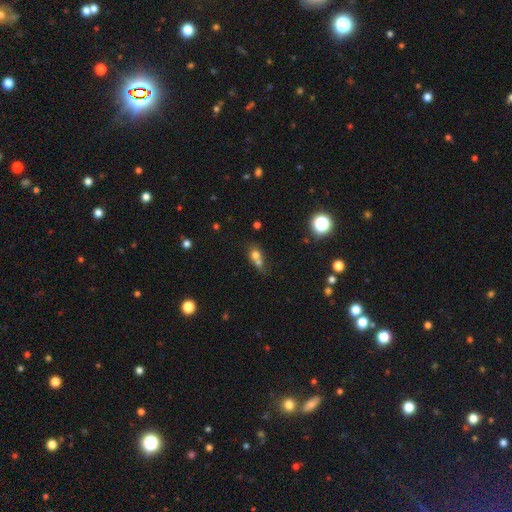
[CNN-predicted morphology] smooth 67%, star or artifact 17%, featured or disk 17%. Down the decision tree: how rounded — round (64%); merging — merger (60%).